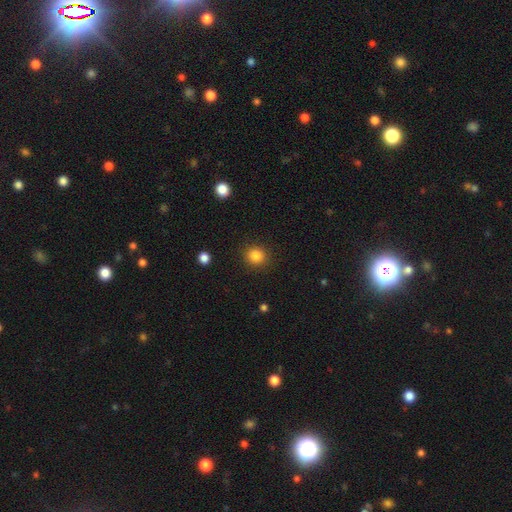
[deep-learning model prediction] Smooth or featured? Predicted: smooth (p=0.85). How rounded? Predicted: round (p=0.89). Merging? Predicted: none (p=0.90).